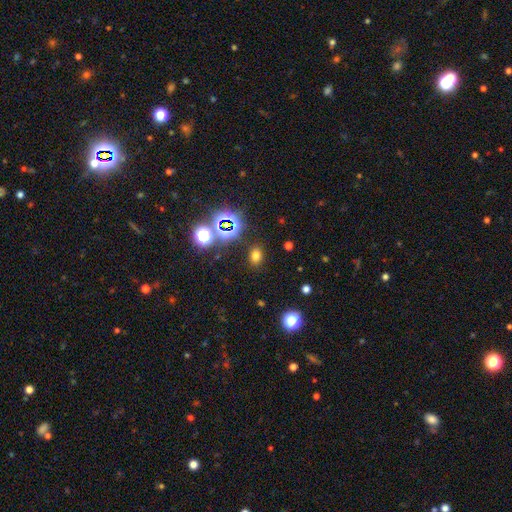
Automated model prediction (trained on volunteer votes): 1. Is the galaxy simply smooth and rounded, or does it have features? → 67% smooth, 26% star or artifact, 7% featured or disk.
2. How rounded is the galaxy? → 64% in between, 34% round, 1% cigar-shaped.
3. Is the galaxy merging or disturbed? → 85% none, 9% minor disturbance, 3% major disturbance, 3% merger.